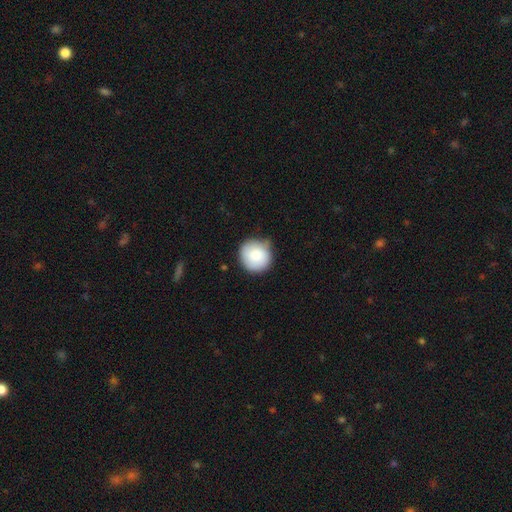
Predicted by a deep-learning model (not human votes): Overall: smooth (85%). How rounded: round (92%). Merging: none (68%).